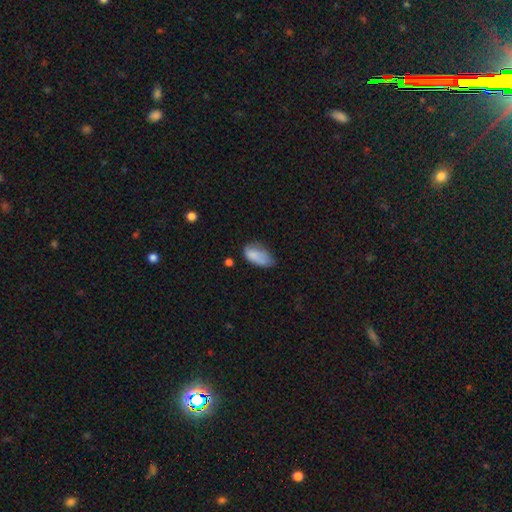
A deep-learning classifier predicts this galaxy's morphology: smooth-or-featured: smooth: 81% | featured or disk: 10% | star or artifact: 8%
  how-rounded: in between: 92% | cigar-shaped: 4% | round: 3%
  merging: none: 41% | minor disturbance: 40% | major disturbance: 15% | merger: 4%